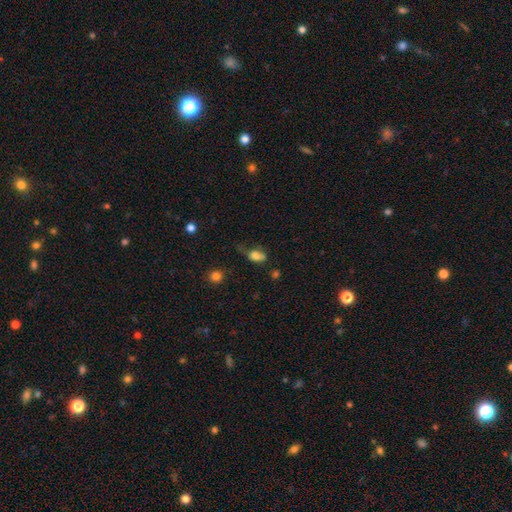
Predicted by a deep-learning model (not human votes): Smooth or featured? Predicted: smooth (p=0.76). How rounded? Predicted: in between (p=0.76). Merging? Predicted: none (p=0.34, tied with minor disturbance).